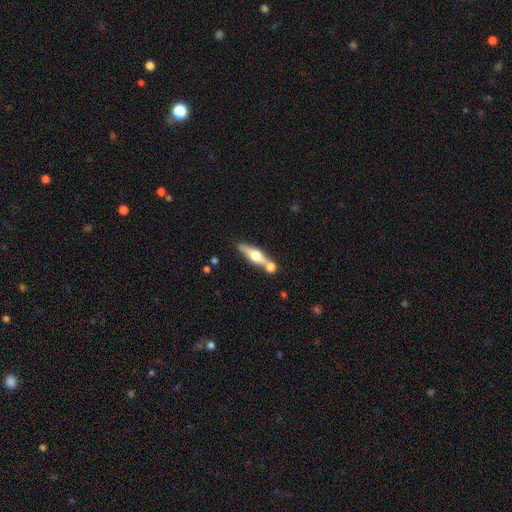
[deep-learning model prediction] The model was most divided on "smooth or featured": featured or disk: 56%, smooth: 38%, star or artifact: 6%. More confident: edge-on bulge — rounded (94%); edge-on disk — yes (90%); merging — none (60%).